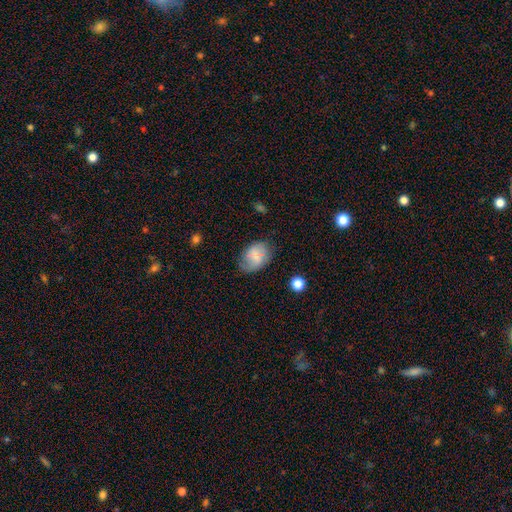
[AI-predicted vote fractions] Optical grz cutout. It shows a smooth galaxy with no disk features (66%) that is in between round and cigar-shaped (78%). Merging: none (67%).